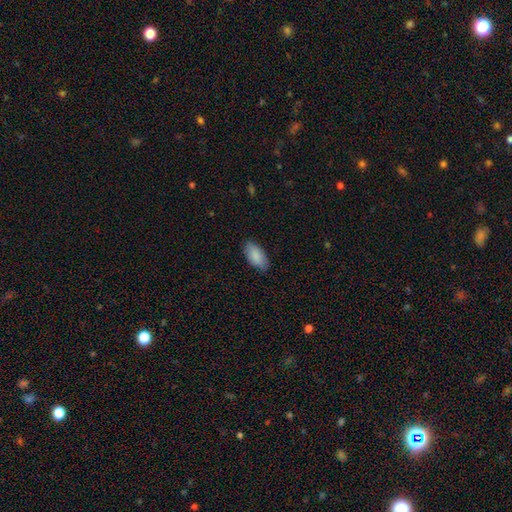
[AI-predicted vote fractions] smooth 89%, star or artifact 6%, featured or disk 5%. Down the decision tree: how rounded — in between (93%); merging — none (85%).